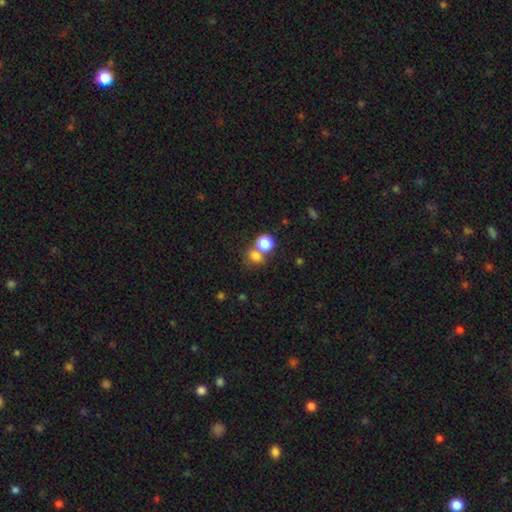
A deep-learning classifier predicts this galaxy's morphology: Overall: smooth (77%). How rounded: round (69%; in between 30%). Merging: none (46%; merger 43%).